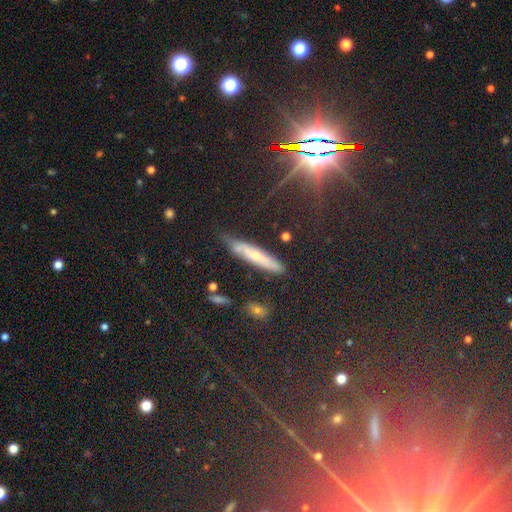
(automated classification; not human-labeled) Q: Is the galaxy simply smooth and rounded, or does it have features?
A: smooth — 41%.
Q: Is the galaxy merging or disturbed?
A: none — 75%.